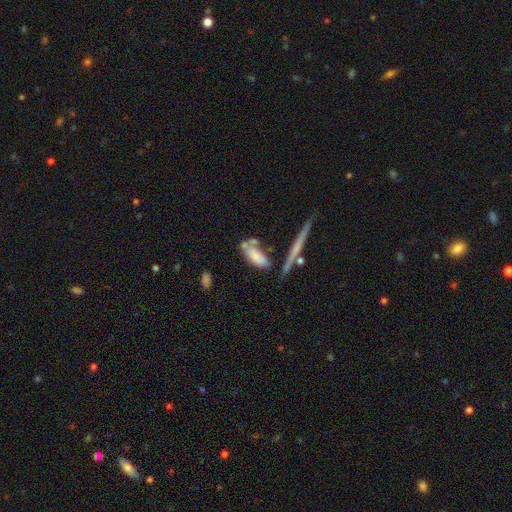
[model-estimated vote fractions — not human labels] Q: Smooth or featured?
A: smooth (71%); runner-up: featured or disk (22%)
Q: How rounded?
A: in between (72%); runner-up: cigar-shaped (25%)
Q: Merging?
A: none (44%); runner-up: minor disturbance (23%)